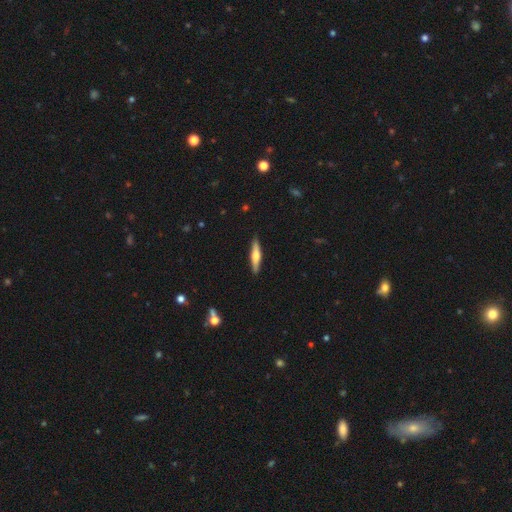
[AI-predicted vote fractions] A featured or disk galaxy (48%).

Vote fractions:
- Smooth or featured? featured or disk: 48% / smooth: 47% / star or artifact: 5%
- Merging? none: 90% / minor disturbance: 7% / major disturbance: 1% / merger: 1%